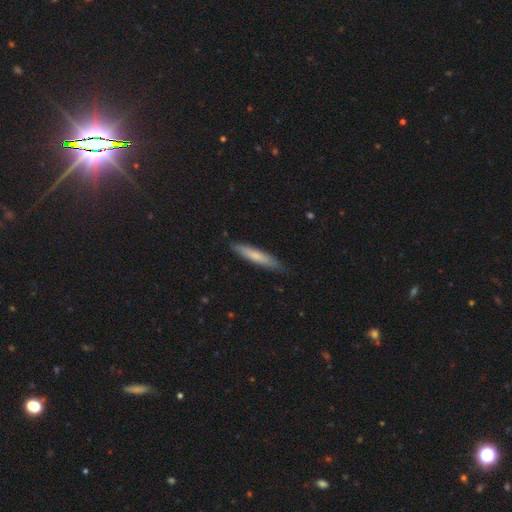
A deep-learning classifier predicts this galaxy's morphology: A smooth galaxy with no disk features (68%) that is cigar-shaped (90%). Merging: none (84%).